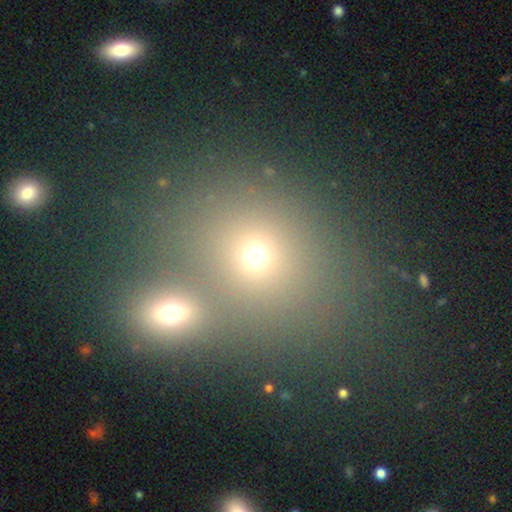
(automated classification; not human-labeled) A smooth galaxy with no disk features (67%) that is round (62%).

Vote fractions:
- Smooth or featured? smooth: 67% / star or artifact: 20% / featured or disk: 13%
- How rounded? round: 62% / in between: 37% / cigar-shaped: 1%
- Merging? none: 47% / merger: 41% / minor disturbance: 8% / major disturbance: 4%